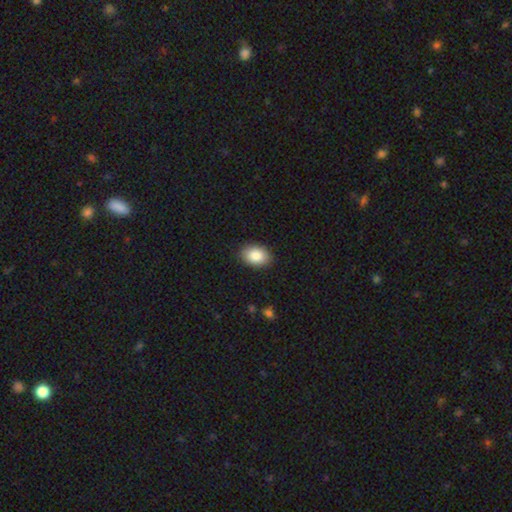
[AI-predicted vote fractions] smooth-or-featured: smooth: 87% | star or artifact: 7% | featured or disk: 6%
  how-rounded: in between: 83% | round: 16% | cigar-shaped: 1%
  merging: none: 88% | minor disturbance: 9% | major disturbance: 2% | merger: 1%